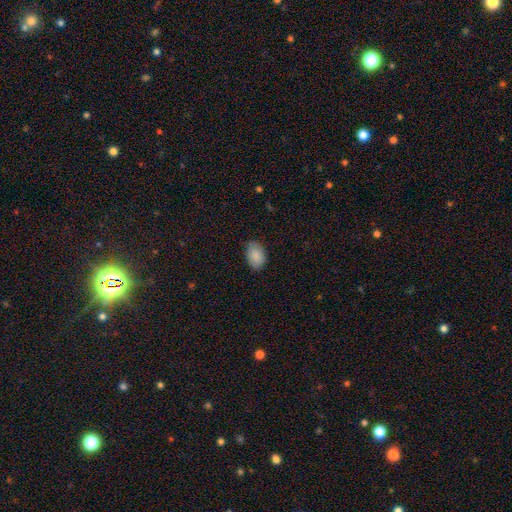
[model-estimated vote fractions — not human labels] A smooth galaxy with no disk features (88%) that is in between round and cigar-shaped (86%). Merging: none (81%).